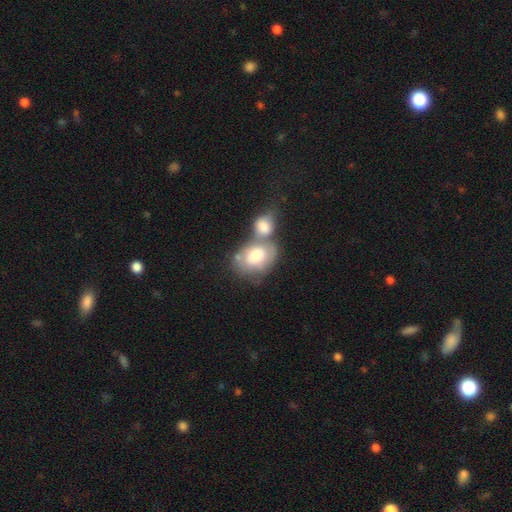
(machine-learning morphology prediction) This appears to be a smooth galaxy with no disk features (67%) that is in between round and cigar-shaped (73%). Merging: merger (63%).